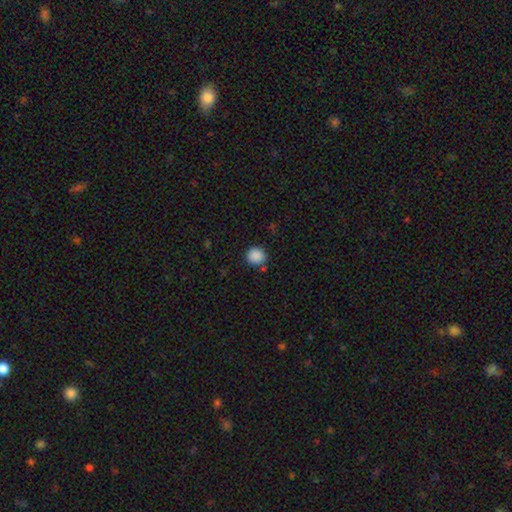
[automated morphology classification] type=smooth (88%); roundness=round (89%); merging=none (84%).